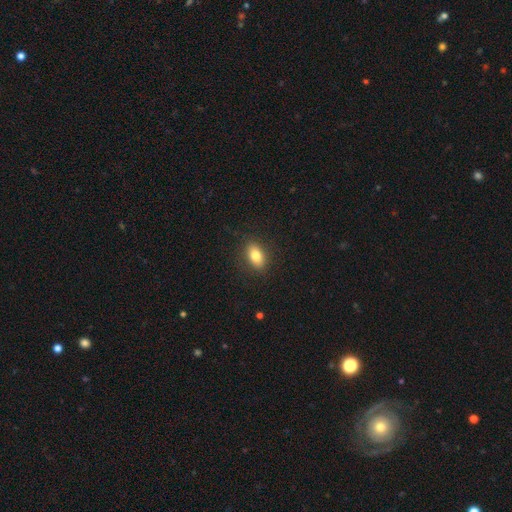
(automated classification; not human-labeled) smooth_or_featured: smooth (p=0.81) [alt: featured or disk p=0.11]
how_rounded: in between (p=0.86) [alt: round p=0.10]
merging: none (p=0.87) [alt: minor disturbance p=0.09]